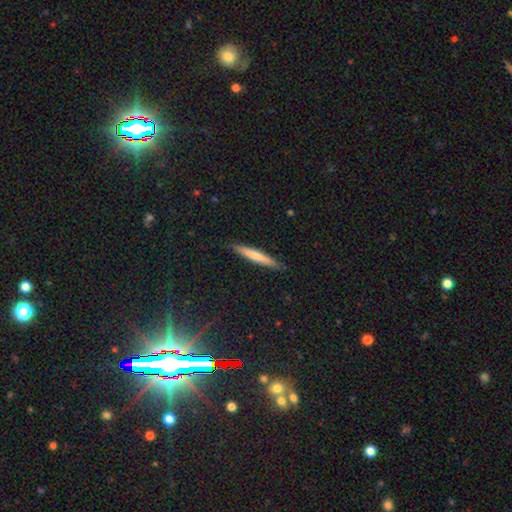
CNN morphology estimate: Smooth or featured? Predicted: smooth (p=0.65). How rounded? Predicted: cigar-shaped (p=0.94). Merging? Predicted: none (p=0.89).